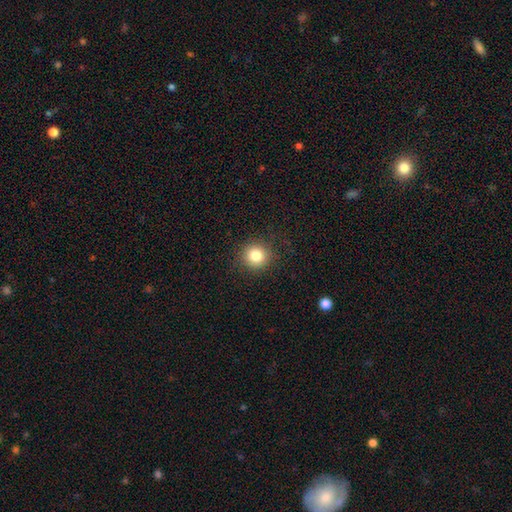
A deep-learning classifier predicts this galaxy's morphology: Smooth or featured? Predicted: smooth (p=0.82). How rounded? Predicted: round (p=0.92). Merging? Predicted: none (p=0.90).